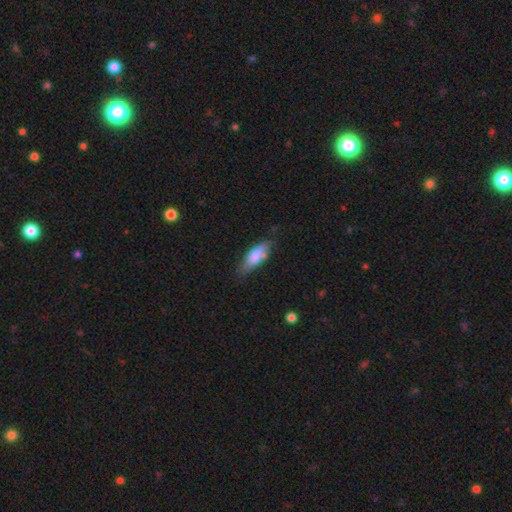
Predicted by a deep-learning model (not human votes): Morphology: type=smooth (73%); roundness=in between (63%); merging=none (60%).